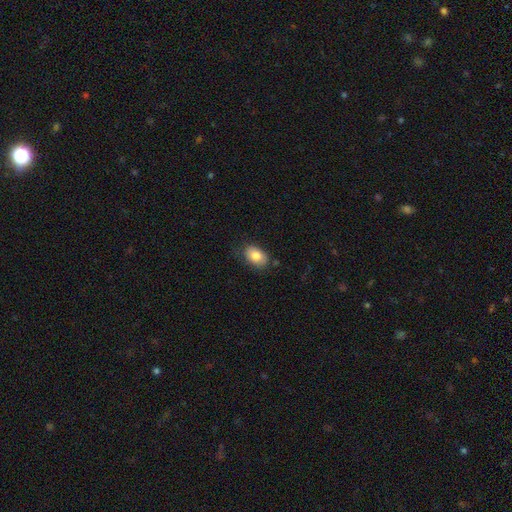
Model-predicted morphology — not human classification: The model was most divided on "merging": none: 74%, minor disturbance: 20%, major disturbance: 4%, merger: 2%. More confident: how rounded — in between (86%); smooth or featured — smooth (82%).